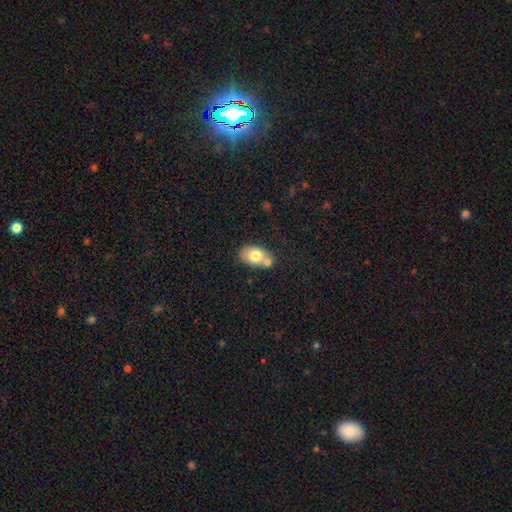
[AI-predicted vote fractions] Smooth or featured?
  - smooth: 75% *
  - featured or disk: 18%
  - star or artifact: 8%
How rounded?
  - in between: 83% *
  - round: 16%
  - cigar-shaped: 1%
Merging?
  - none: 46% *
  - merger: 34%
  - minor disturbance: 15%
  - major disturbance: 4%